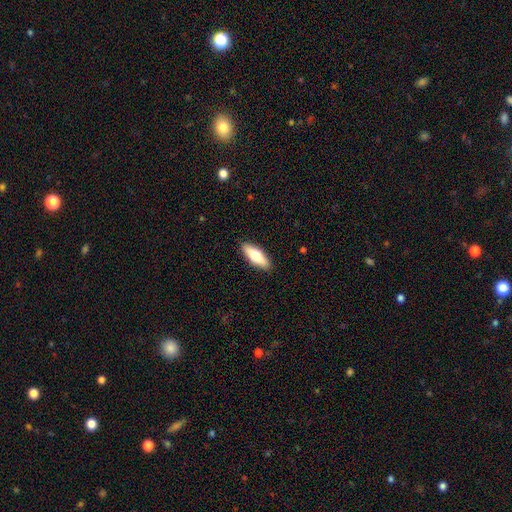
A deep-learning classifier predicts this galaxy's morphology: Smooth or featured? Predicted: smooth (p=0.70). How rounded? Predicted: in between (p=0.61). Merging? Predicted: none (p=0.89).